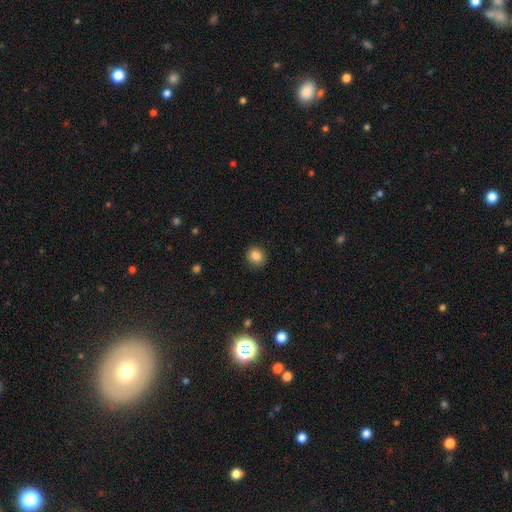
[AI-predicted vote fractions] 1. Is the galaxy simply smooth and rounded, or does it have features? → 85% smooth, 10% star or artifact, 5% featured or disk.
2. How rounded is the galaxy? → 77% round, 23% in between, 1% cigar-shaped.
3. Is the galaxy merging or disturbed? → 88% none, 8% minor disturbance, 2% major disturbance, 1% merger.